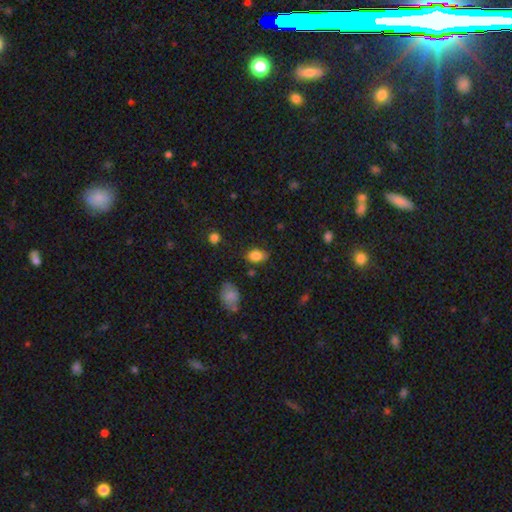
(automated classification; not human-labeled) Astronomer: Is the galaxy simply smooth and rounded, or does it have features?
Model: smooth — 84%.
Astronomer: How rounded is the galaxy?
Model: in between — 85%.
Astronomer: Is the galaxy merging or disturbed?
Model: none — 75%.